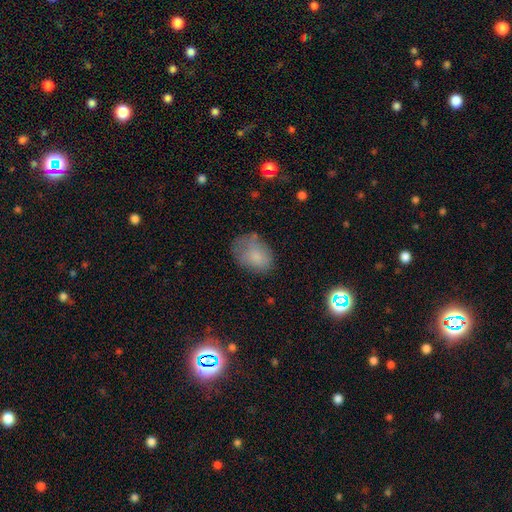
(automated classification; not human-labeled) A smooth galaxy with no disk features (76%) that is in between round and cigar-shaped (75%). Merging: none (54%).